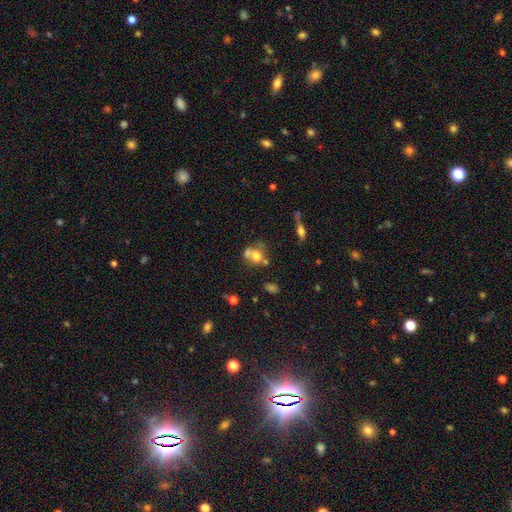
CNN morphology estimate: Smooth or featured?
  - smooth: 65% *
  - featured or disk: 22%
  - star or artifact: 13%
How rounded?
  - round: 68% *
  - in between: 30%
  - cigar-shaped: 1%
Merging?
  - merger: 50% *
  - none: 33%
  - minor disturbance: 10%
  - major disturbance: 6%